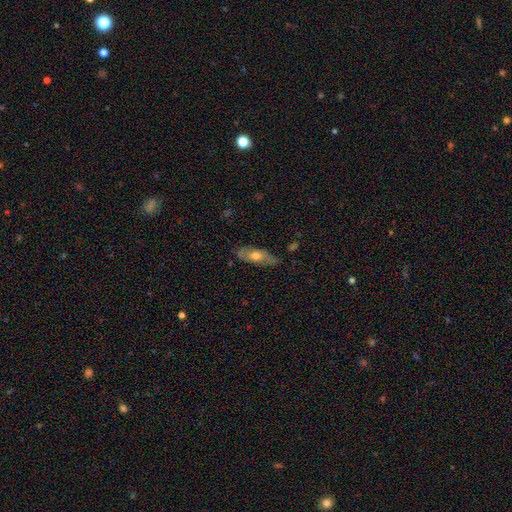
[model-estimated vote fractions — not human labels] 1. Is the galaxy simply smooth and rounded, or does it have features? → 51% featured or disk, 43% smooth, 7% star or artifact.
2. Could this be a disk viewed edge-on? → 68% no, 32% yes.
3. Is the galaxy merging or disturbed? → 72% none, 22% minor disturbance, 5% major disturbance, 2% merger.